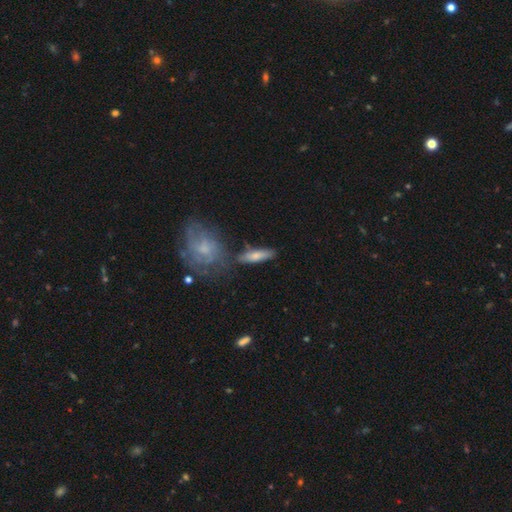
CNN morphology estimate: Overall: smooth (69%). How rounded: cigar-shaped (56%; in between 40%). Merging: none (70%).